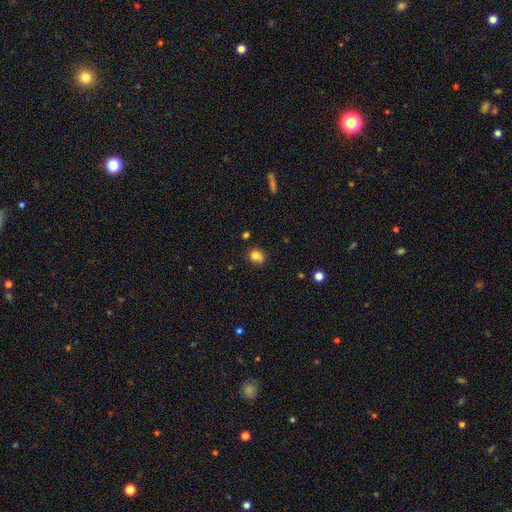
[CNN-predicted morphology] A smooth galaxy with no disk features (78%) that is round (66%).

Vote fractions:
- Smooth or featured? smooth: 78% / star or artifact: 12% / featured or disk: 9%
- How rounded? round: 66% / in between: 33% / cigar-shaped: 1%
- Merging? none: 60% / minor disturbance: 21% / merger: 13% / major disturbance: 6%